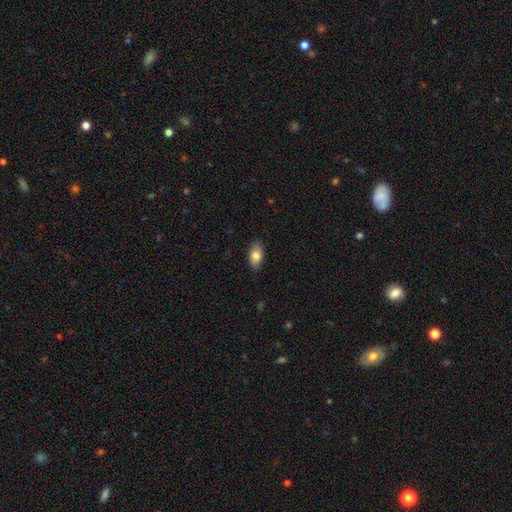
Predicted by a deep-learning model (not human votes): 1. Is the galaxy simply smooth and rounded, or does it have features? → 83% smooth, 11% featured or disk, 7% star or artifact.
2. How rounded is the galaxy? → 92% in between, 5% cigar-shaped, 4% round.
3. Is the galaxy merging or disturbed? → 87% none, 10% minor disturbance, 2% major disturbance, 1% merger.